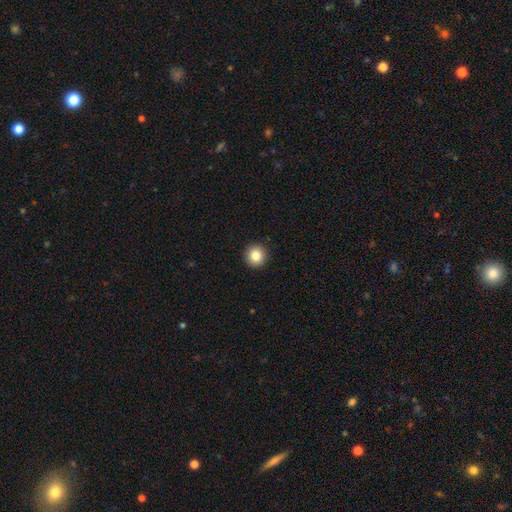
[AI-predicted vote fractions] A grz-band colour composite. It shows a smooth galaxy with no disk features (84%) that is round (95%). Merging: none (93%).